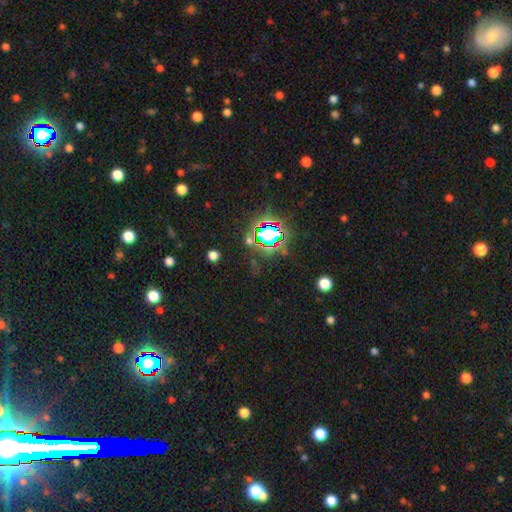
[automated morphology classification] This is clearly a star or artifact rather than a galaxy (83%).